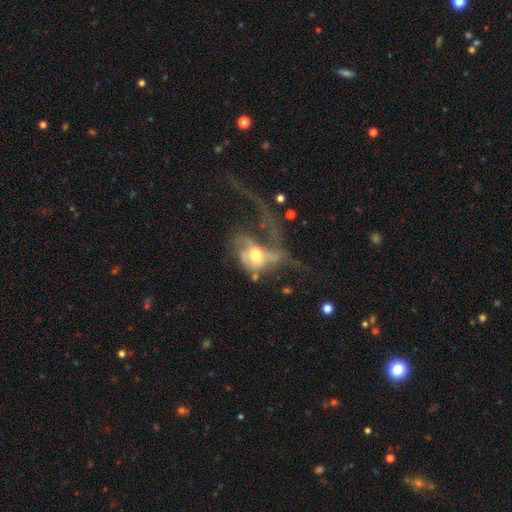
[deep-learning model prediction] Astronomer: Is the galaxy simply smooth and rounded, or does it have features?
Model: featured or disk — 58% (runner-up: smooth, 33%).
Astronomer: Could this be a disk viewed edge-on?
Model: no — 94%.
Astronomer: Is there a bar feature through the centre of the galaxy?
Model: no — 75%.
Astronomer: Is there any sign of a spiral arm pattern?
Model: no — 56% (runner-up: yes, 44%).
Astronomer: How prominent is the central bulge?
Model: moderate — 64%.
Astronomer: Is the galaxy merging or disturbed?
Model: major disturbance — 67%.